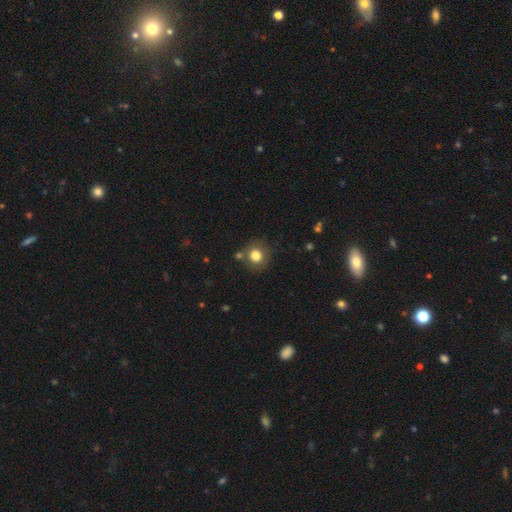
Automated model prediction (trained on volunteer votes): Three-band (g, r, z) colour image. It shows a smooth galaxy with no disk features (80%) that is round (85%). Merging: none (77%).